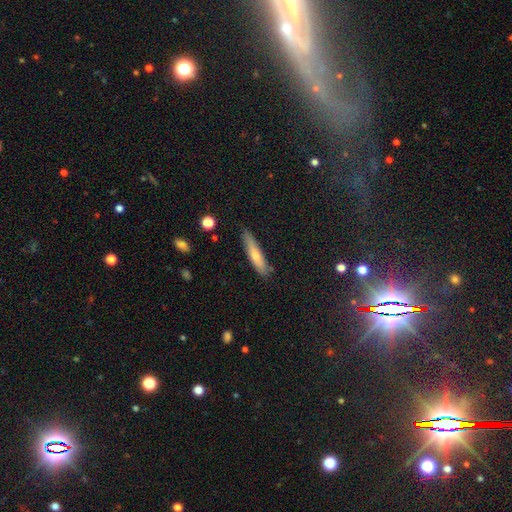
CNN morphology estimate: smooth-or-featured: smooth: 67% | featured or disk: 27% | star or artifact: 7%
  how-rounded: cigar-shaped: 85% | in between: 14% | round: 2%
  merging: none: 79% | minor disturbance: 16% | major disturbance: 3% | merger: 2%